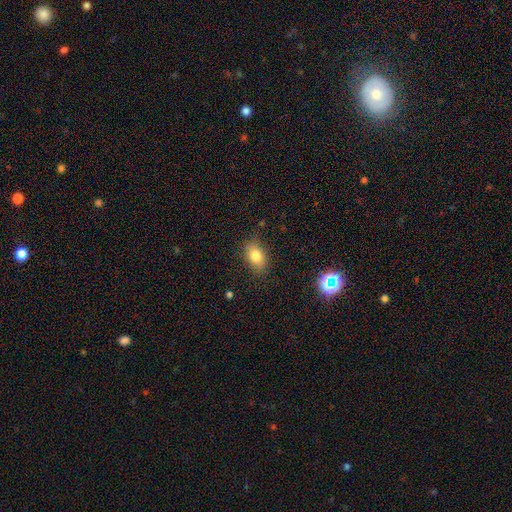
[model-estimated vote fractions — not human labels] Smooth or featured? Predicted: smooth (p=0.78). How rounded? Predicted: in between (p=0.82). Merging? Predicted: none (p=0.82).